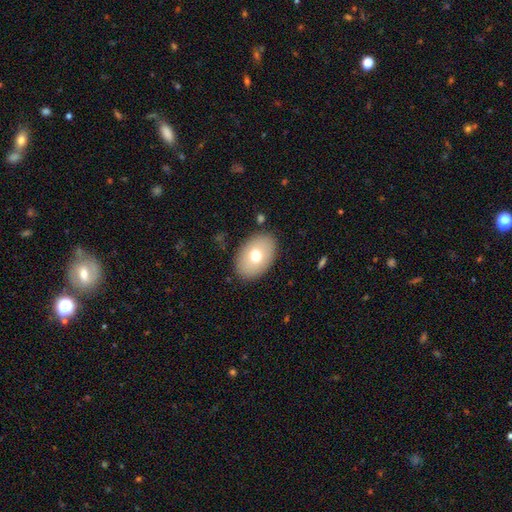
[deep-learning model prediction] Smooth or featured? smooth (71%)
How rounded? in between (86%)
Merging? none (87%)